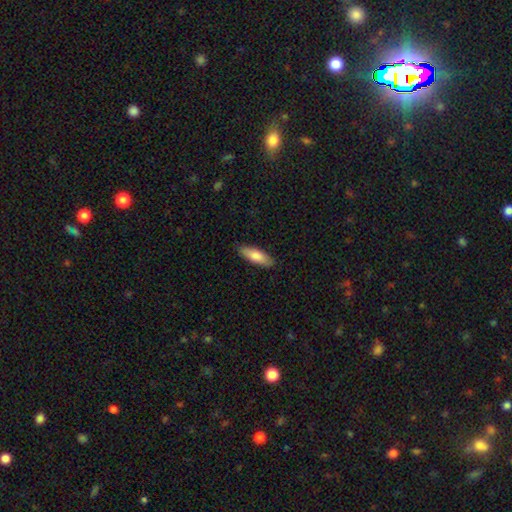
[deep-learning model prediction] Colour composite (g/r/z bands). It shows a smooth galaxy with no disk features (80%) that is in between round and cigar-shaped (52%). Merging: none (89%).